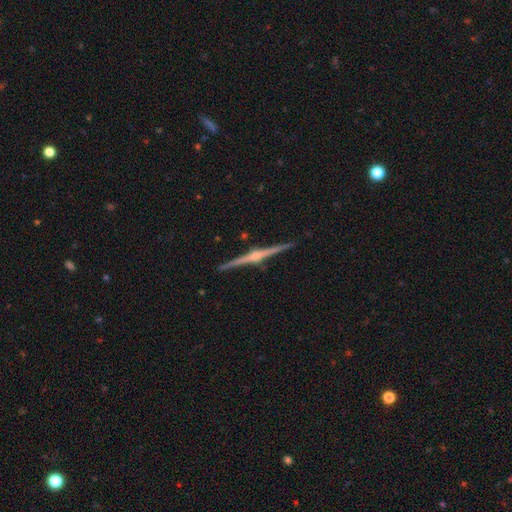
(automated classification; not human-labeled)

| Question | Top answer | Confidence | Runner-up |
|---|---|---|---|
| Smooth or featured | featured or disk | 86% | smooth (8%) |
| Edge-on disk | yes | 98% | no (2%) |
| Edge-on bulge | rounded | 83% | none (9%) |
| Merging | none | 91% | minor disturbance (6%) |